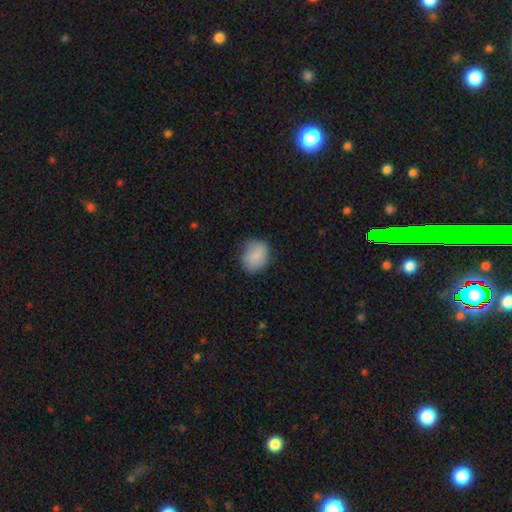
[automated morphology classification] smooth_or_featured: smooth (p=0.85) [alt: featured or disk p=0.08]
how_rounded: round (p=0.60) [alt: in between p=0.39]
merging: none (p=0.75) [alt: minor disturbance p=0.19]